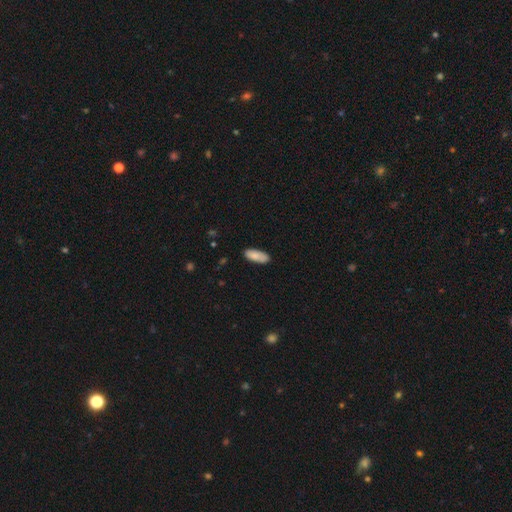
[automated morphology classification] A smooth galaxy with no disk features (85%) that is in between round and cigar-shaped (81%). Merging: none (81%).